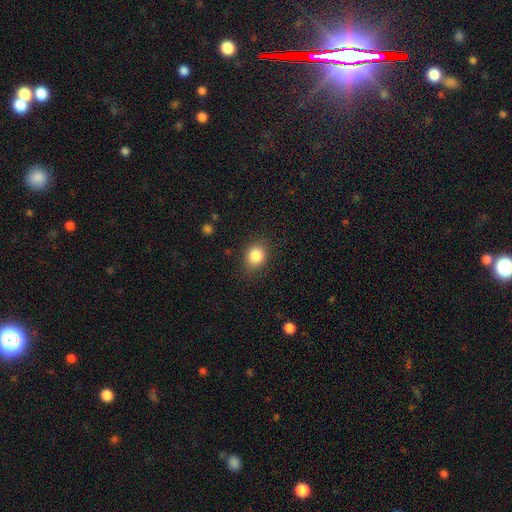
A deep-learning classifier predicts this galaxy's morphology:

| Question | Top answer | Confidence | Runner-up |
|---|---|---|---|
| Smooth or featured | smooth | 85% | star or artifact (10%) |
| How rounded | round | 58% | in between (41%) |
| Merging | none | 83% | minor disturbance (12%) |